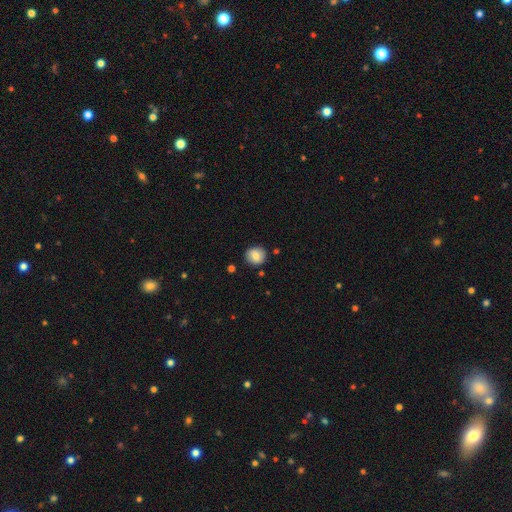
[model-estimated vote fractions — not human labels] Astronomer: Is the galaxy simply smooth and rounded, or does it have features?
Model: smooth — 79%.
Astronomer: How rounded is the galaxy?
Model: round — 87%.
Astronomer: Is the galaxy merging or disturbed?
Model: none — 86%.